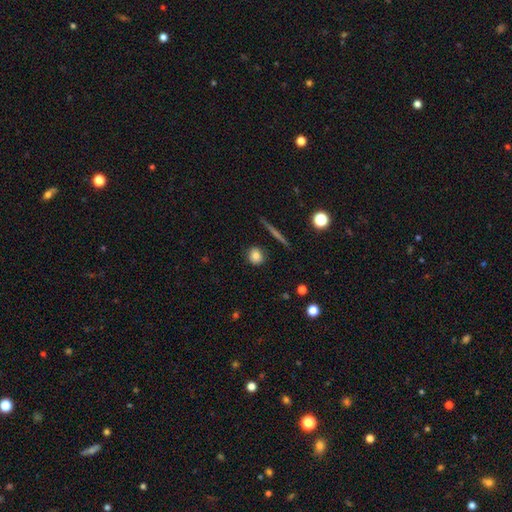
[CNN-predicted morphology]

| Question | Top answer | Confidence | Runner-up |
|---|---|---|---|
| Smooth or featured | smooth | 79% | featured or disk (11%) |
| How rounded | round | 80% | in between (17%) |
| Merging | none | 86% | minor disturbance (10%) |